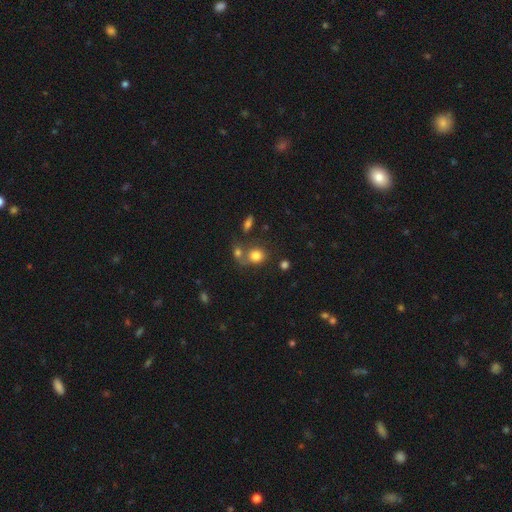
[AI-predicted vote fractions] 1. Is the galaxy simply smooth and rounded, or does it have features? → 80% smooth, 12% star or artifact, 9% featured or disk.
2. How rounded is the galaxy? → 72% round, 27% in between, 1% cigar-shaped.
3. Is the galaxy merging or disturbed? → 48% none, 34% merger, 12% minor disturbance, 6% major disturbance.